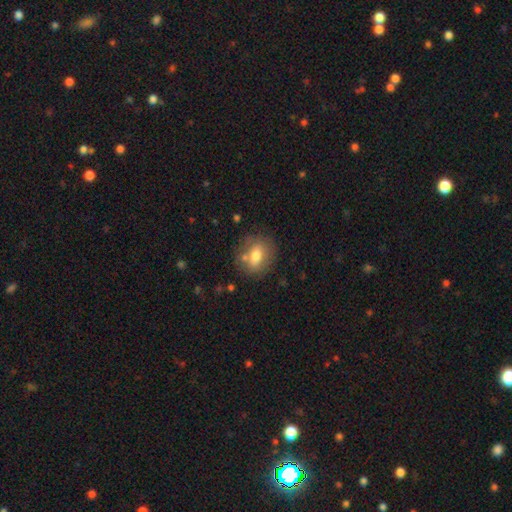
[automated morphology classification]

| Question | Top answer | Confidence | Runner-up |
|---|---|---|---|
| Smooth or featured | smooth | 70% | featured or disk (21%) |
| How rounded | round | 53% | in between (45%) |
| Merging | none | 71% | minor disturbance (15%) |